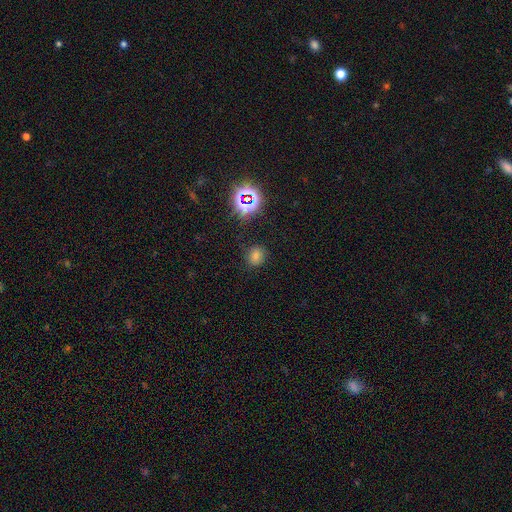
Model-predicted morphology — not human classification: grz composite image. It shows a smooth galaxy with no disk features (66%) that is round (72%). Merging: none (84%).